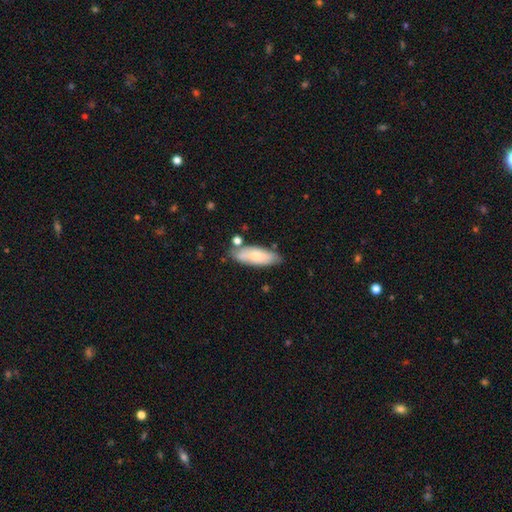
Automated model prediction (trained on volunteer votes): Morphology: type=smooth (74%); roundness=in between (67%); merging=none (71%).